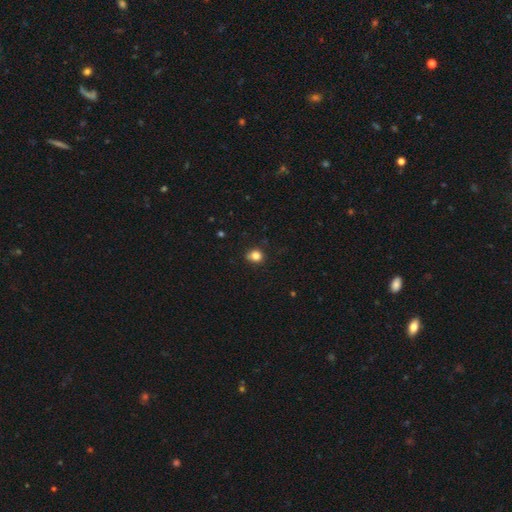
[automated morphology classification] smooth 82%, star or artifact 12%, featured or disk 6%. Down the decision tree: how rounded — round (74%); merging — none (78%).